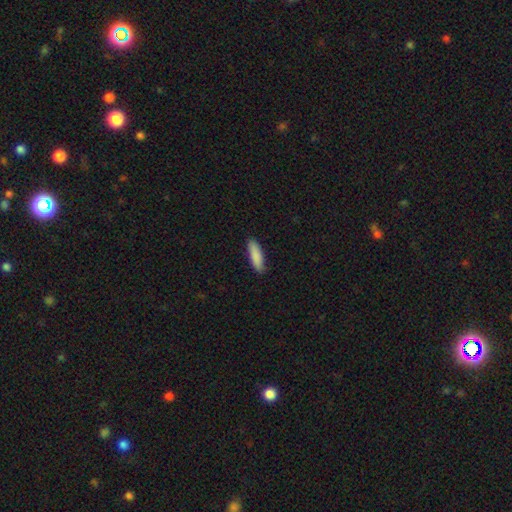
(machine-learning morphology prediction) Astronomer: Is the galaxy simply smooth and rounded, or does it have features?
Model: smooth — 88%.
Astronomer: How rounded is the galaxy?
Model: cigar-shaped — 60% (runner-up: in between, 39%).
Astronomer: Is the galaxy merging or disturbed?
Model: none — 86%.